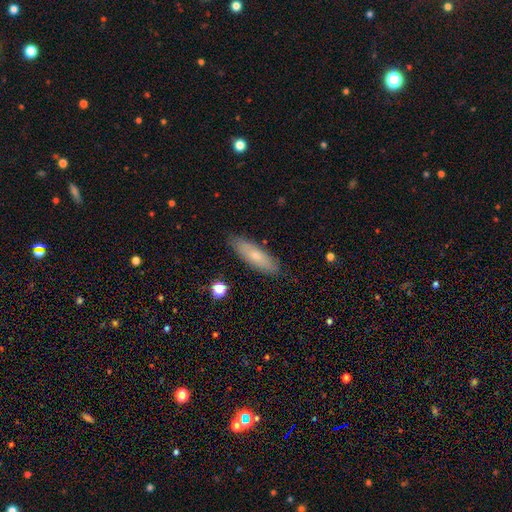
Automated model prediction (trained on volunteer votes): smooth_or_featured: smooth (p=0.67) [alt: featured or disk p=0.27]
how_rounded: cigar-shaped (p=0.54) [alt: in between p=0.44]
merging: none (p=0.84) [alt: minor disturbance p=0.12]